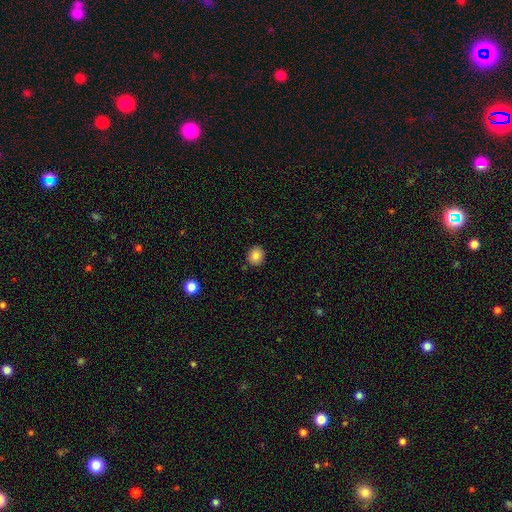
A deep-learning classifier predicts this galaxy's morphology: Smooth or featured?
  - smooth: 84% *
  - star or artifact: 10%
  - featured or disk: 6%
How rounded?
  - round: 81% *
  - in between: 18%
  - cigar-shaped: 1%
Merging?
  - none: 88% *
  - minor disturbance: 9%
  - merger: 2%
  - major disturbance: 2%